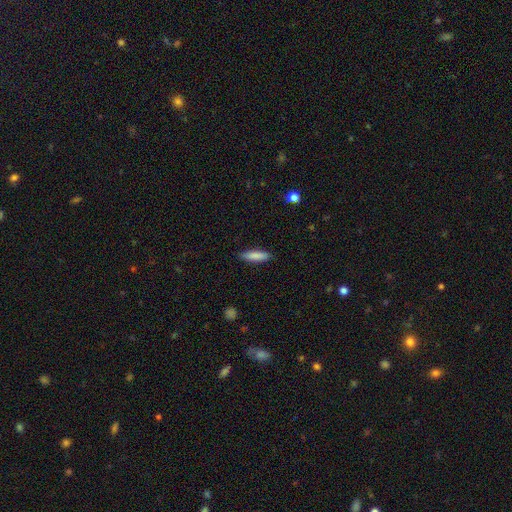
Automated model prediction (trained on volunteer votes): Smooth or featured: smooth — 85% (featured or disk — 9%)
How rounded: cigar-shaped — 68% (in between — 31%)
Merging: none — 88% (minor disturbance — 9%)